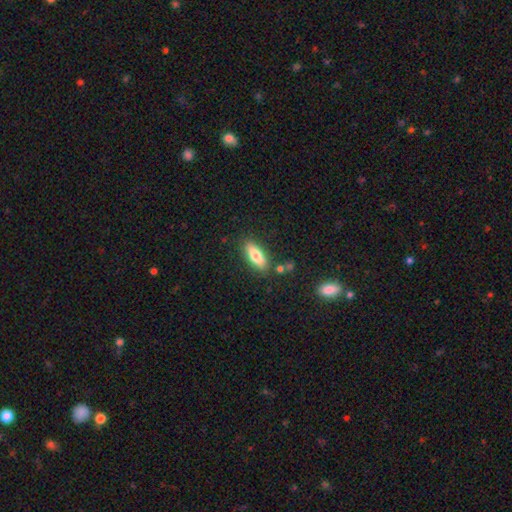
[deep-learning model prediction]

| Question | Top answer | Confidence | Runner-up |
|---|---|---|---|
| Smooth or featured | smooth | 74% | featured or disk (20%) |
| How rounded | in between | 67% | cigar-shaped (31%) |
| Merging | none | 83% | minor disturbance (11%) |